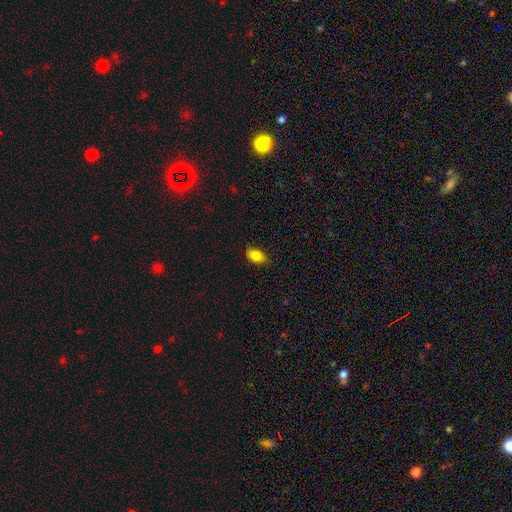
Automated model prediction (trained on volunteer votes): Smooth or featured? smooth (85%)
How rounded? in between (89%)
Merging? none (85%)